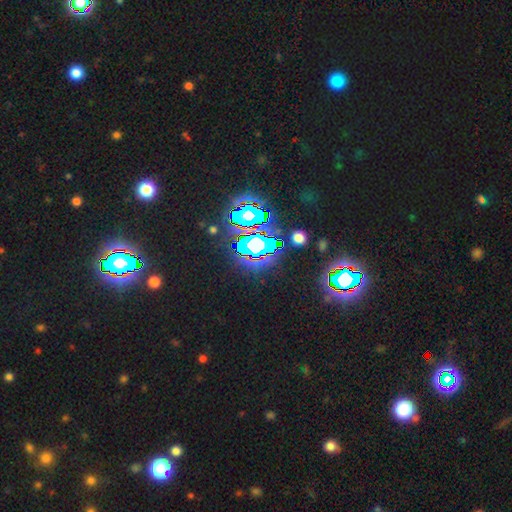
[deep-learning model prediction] smooth_or_featured: star or artifact (p=0.82) [alt: smooth p=0.10]